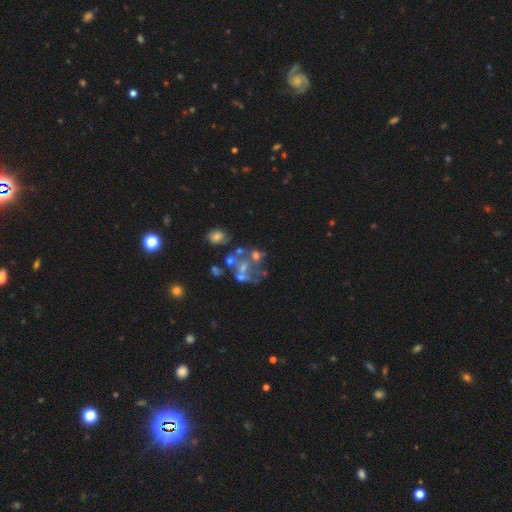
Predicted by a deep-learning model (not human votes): smooth-or-featured: star or artifact: 44% | featured or disk: 37% | smooth: 19%